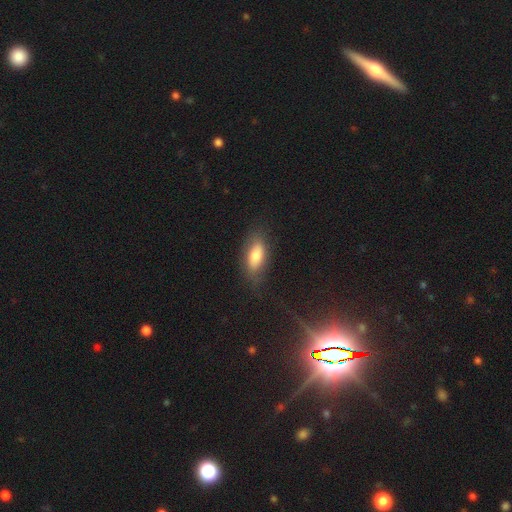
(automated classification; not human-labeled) A smooth galaxy with no disk features (73%) that is in between round and cigar-shaped (82%). Merging: none (72%).